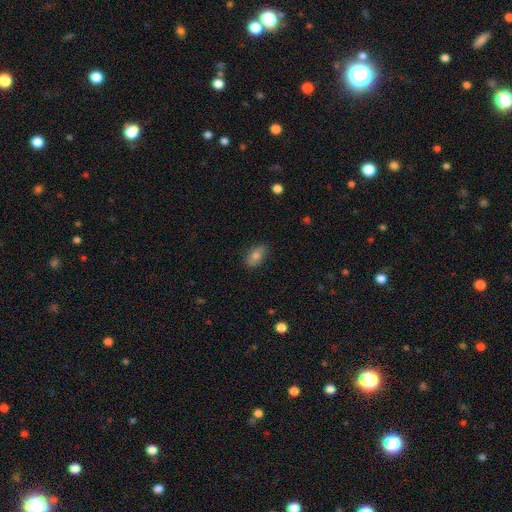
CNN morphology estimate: This appears to be a smooth galaxy with no disk features (71%) that is in between round and cigar-shaped (87%). Merging: none (83%).